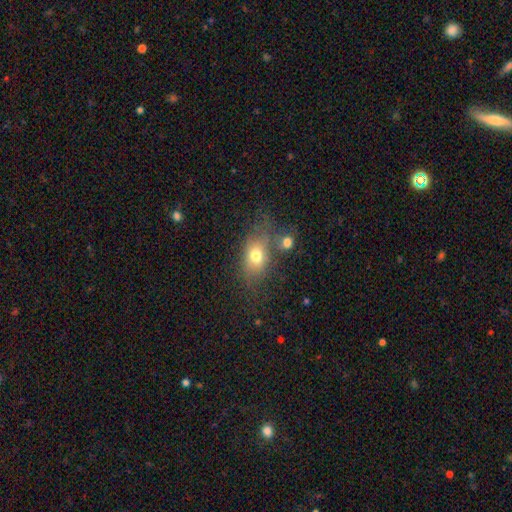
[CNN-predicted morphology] This appears to be a smooth galaxy with no disk features (71%) that is in between round and cigar-shaped (71%). Merging: none (51%).